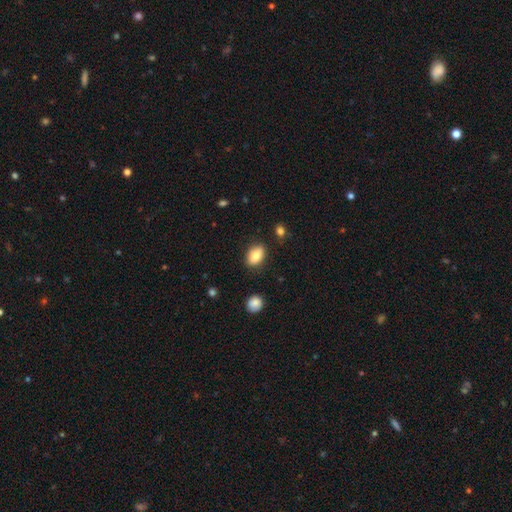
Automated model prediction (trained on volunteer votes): This is clearly a smooth galaxy (84%). How rounded: clearly in between (87%). Merging: clearly none (84%).